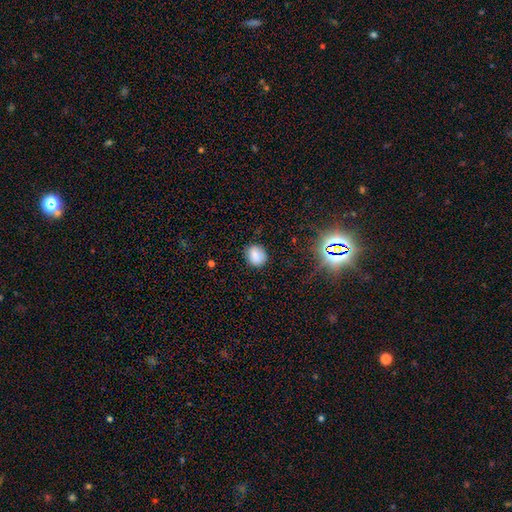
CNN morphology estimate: Overall: smooth (82%). How rounded: round (66%; in between 33%). Merging: none (82%).